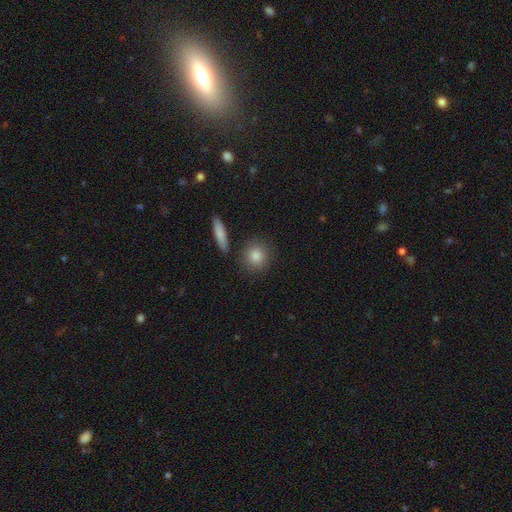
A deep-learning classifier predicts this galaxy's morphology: A smooth galaxy with no disk features (83%) that is round (83%).

Vote fractions:
- Smooth or featured? smooth: 83% / star or artifact: 9% / featured or disk: 8%
- How rounded? round: 83% / in between: 14% / cigar-shaped: 3%
- Merging? none: 85% / minor disturbance: 8% / merger: 5% / major disturbance: 2%